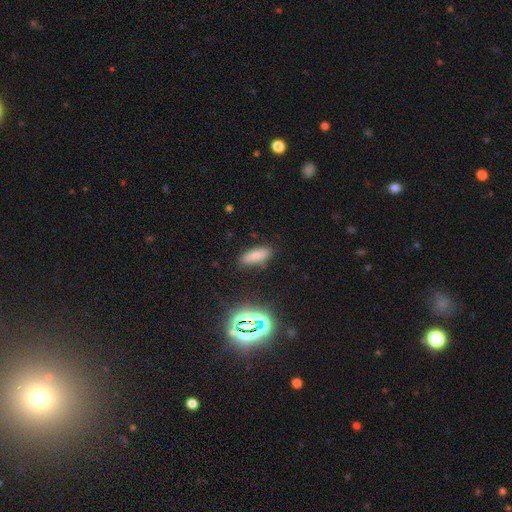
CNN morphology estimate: A smooth galaxy with no disk features (78%) that is in between round and cigar-shaped (61%).

Vote fractions:
- Smooth or featured? smooth: 78% / star or artifact: 15% / featured or disk: 7%
- How rounded? in between: 61% / cigar-shaped: 36% / round: 3%
- Merging? none: 85% / minor disturbance: 10% / major disturbance: 3% / merger: 2%